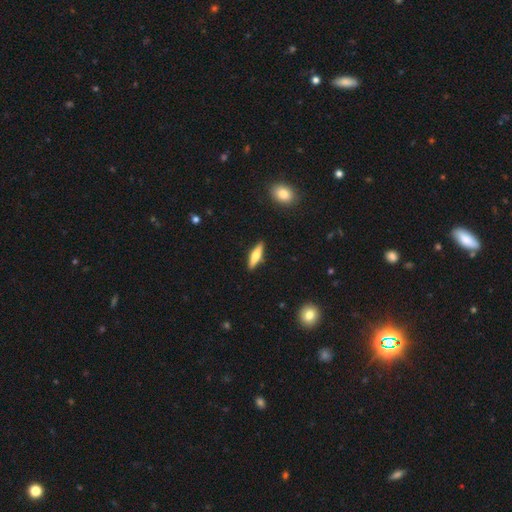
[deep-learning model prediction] The model was most divided on "smooth or featured": smooth: 54%, featured or disk: 40%, star or artifact: 6%. More confident: merging — none (90%); how rounded — cigar-shaped (68%).